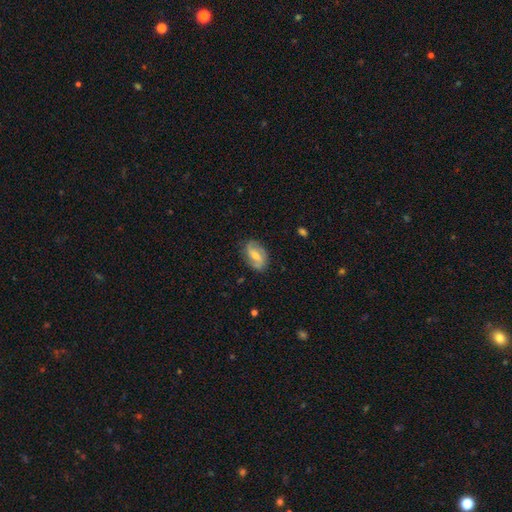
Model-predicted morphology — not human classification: featured or disk 61%, smooth 32%, star or artifact 7%. Down the decision tree: edge-on disk — no (95%); bar — weak (47%); spiral arms — yes (83%); bulge size — moderate (49%); merging — none (78%).